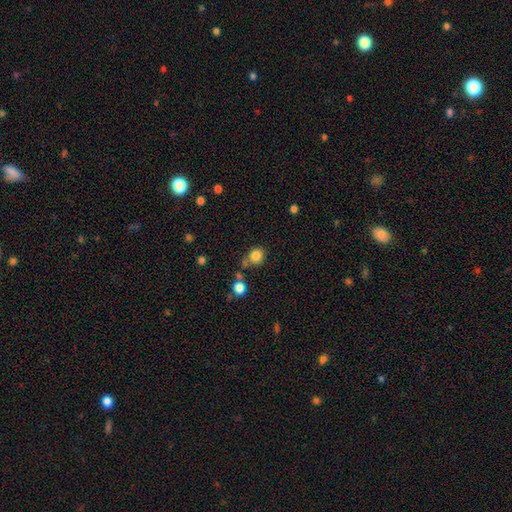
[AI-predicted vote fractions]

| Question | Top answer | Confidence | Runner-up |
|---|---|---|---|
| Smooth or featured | smooth | 83% | star or artifact (11%) |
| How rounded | round | 85% | in between (14%) |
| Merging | none | 70% | merger (13%) |